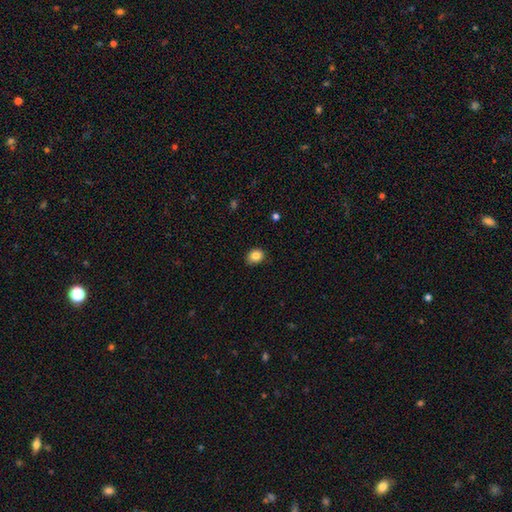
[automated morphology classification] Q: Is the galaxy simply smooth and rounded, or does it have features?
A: smooth — 84%.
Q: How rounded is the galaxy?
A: round — 54%.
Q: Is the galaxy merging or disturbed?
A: none — 81%.